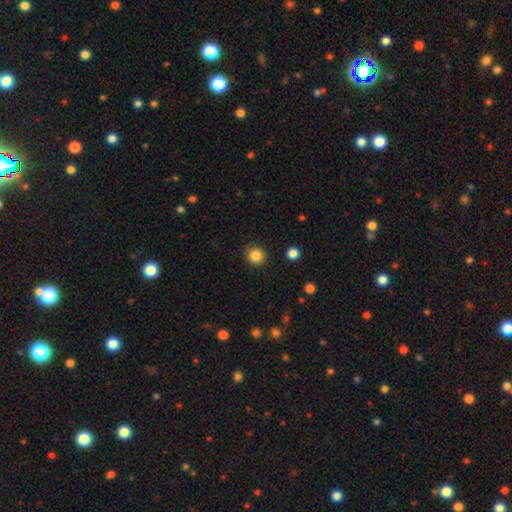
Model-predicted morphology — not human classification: Smooth or featured? Predicted: smooth (p=0.86). How rounded? Predicted: round (p=0.91). Merging? Predicted: none (p=0.89).